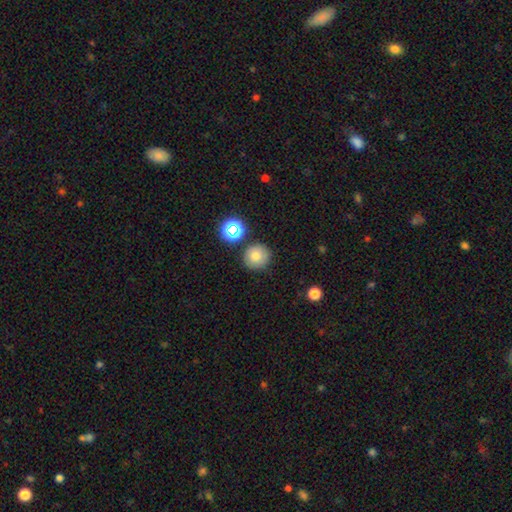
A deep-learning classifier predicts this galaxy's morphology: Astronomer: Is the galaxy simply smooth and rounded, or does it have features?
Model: smooth — 76%.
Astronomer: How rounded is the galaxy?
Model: round — 92%.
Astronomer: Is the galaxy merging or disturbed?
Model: none — 84%.